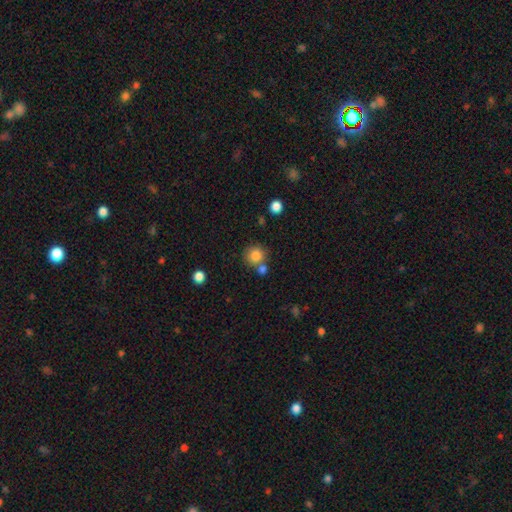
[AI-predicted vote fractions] Smooth or featured: smooth — 83% (star or artifact — 11%)
How rounded: round — 92% (in between — 7%)
Merging: none — 67% (merger — 21%)